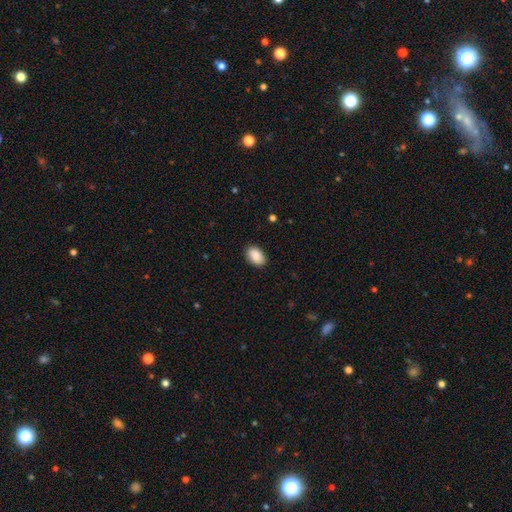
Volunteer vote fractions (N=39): Smooth or featured? smooth (90%)
How rounded? in between (91%)
Merging? none (89%)